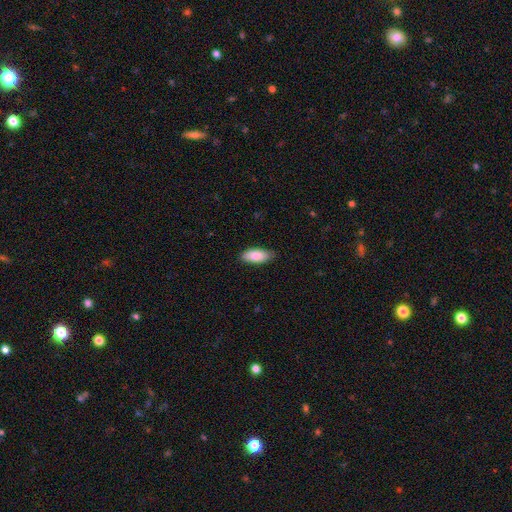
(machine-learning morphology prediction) This is clearly a smooth galaxy (88%). How rounded: clearly in between (87%). Merging: clearly none (82%).